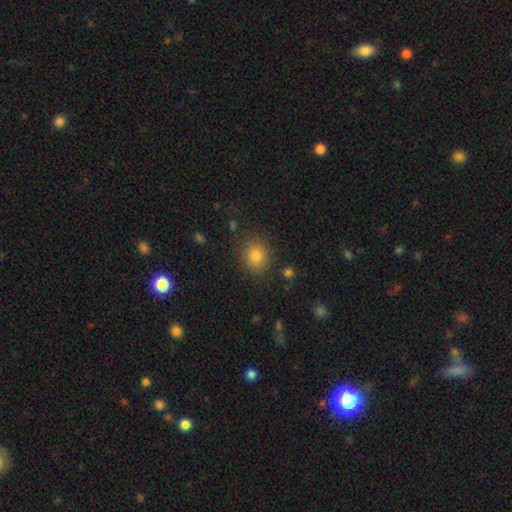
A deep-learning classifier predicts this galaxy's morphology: Smooth or featured: smooth — 80% (star or artifact — 13%)
How rounded: round — 77% (in between — 22%)
Merging: none — 86% (minor disturbance — 9%)